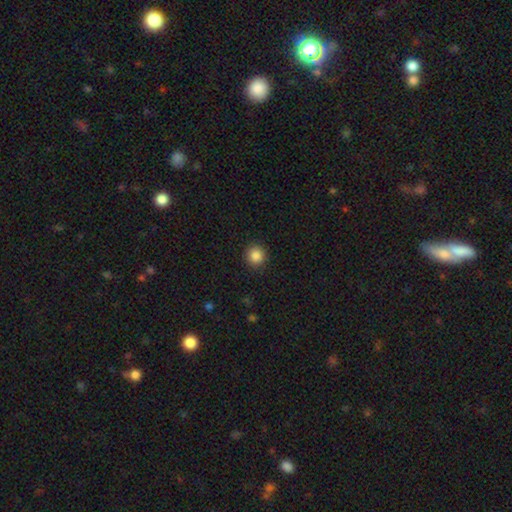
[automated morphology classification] Smooth or featured? smooth (87%)
How rounded? round (94%)
Merging? none (92%)